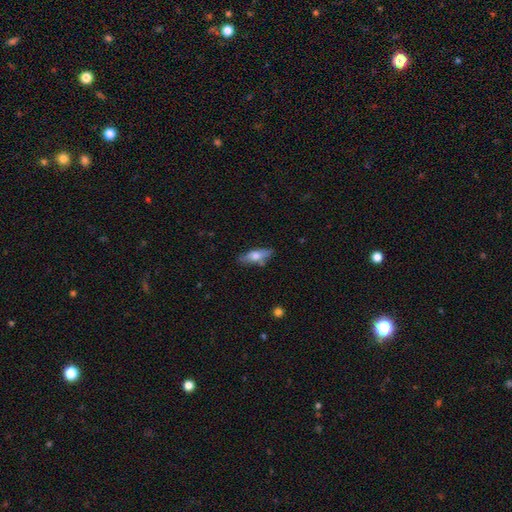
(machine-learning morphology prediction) type=smooth (58%); roundness=in between (56%); merging=none (74%).